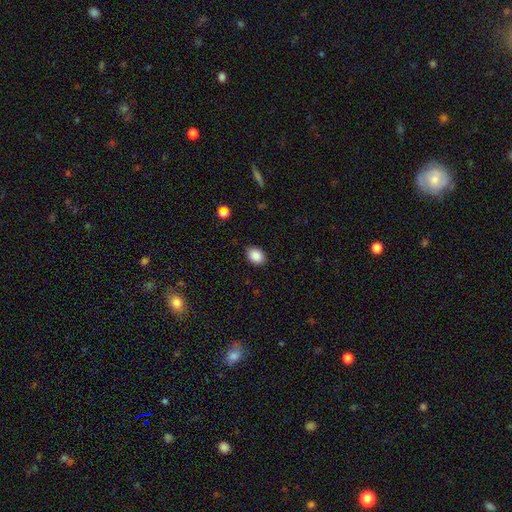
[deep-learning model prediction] smooth-or-featured: smooth: 88% | star or artifact: 9% | featured or disk: 3%
  how-rounded: in between: 64% | round: 35% | cigar-shaped: 1%
  merging: none: 88% | minor disturbance: 9% | major disturbance: 2% | merger: 1%